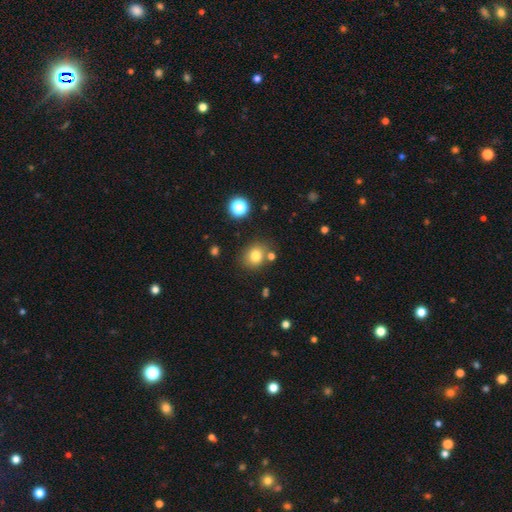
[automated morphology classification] Smooth or featured? smooth (78%)
How rounded? round (70%)
Merging? none (75%)